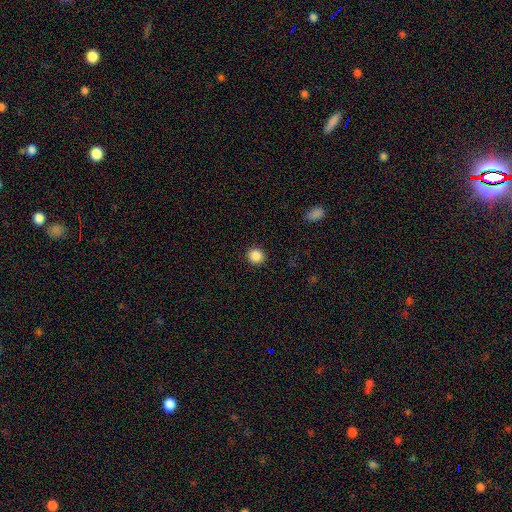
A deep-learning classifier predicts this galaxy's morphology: A smooth galaxy with no disk features (87%) that is round (92%). Merging: none (92%).